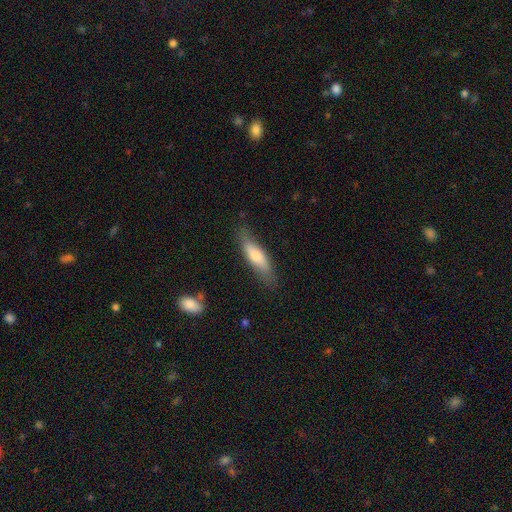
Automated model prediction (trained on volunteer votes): This is likely a smooth galaxy (65%). How rounded: likely cigar-shaped (65%). Merging: likely none (74%).